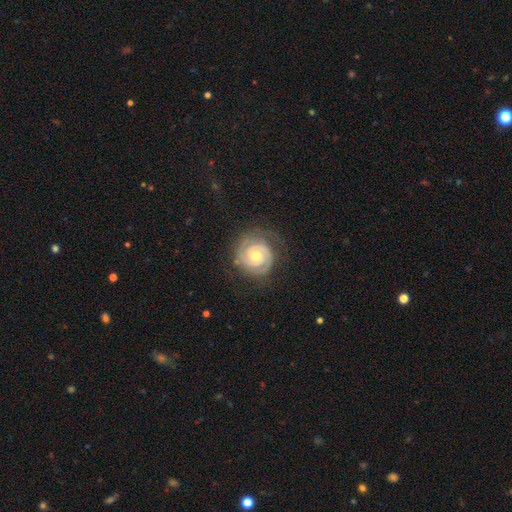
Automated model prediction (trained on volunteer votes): This is clearly a featured or disk galaxy (88%). It is clearly not viewed edge-on (98%). Bar: likely no (70%). Spiral arm pattern: clearly yes (98%). Spiral arm count: likely 2 (76%). Spiral winding: likely tight (80%). Central bulge: possibly moderate (56%). Merging: likely none (77%).